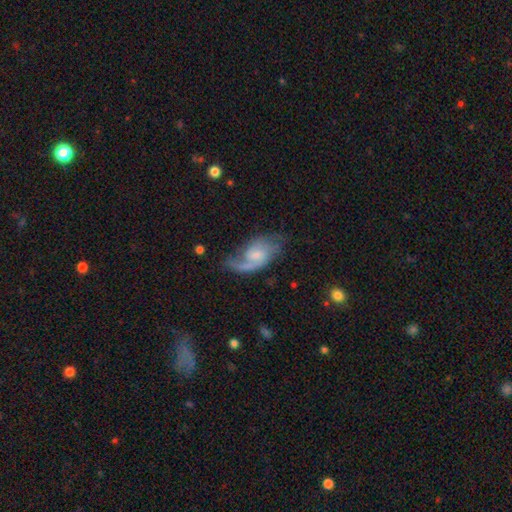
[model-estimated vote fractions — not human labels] Smooth or featured?
  - featured or disk: 79% *
  - smooth: 15%
  - star or artifact: 6%
Edge-on disk?
  - no: 96% *
  - yes: 4%
Bar?
  - no: 50% *
  - weak: 42%
  - strong: 7%
Spiral arms?
  - yes: 93% *
  - no: 7%
Spiral winding?
  - medium: 45% *
  - loose: 37%
  - tight: 18%
Spiral arm count?
  - 2: 56% *
  - 1: 30%
  - can't tell: 9%
  - 3: 3%
  - 4: 1%
  - more than 4: 1%
Bulge size?
  - small: 58% *
  - moderate: 29%
  - none: 10%
  - large: 3%
  - dominant: 1%
Merging?
  - none: 55% *
  - minor disturbance: 22%
  - major disturbance: 20%
  - merger: 3%